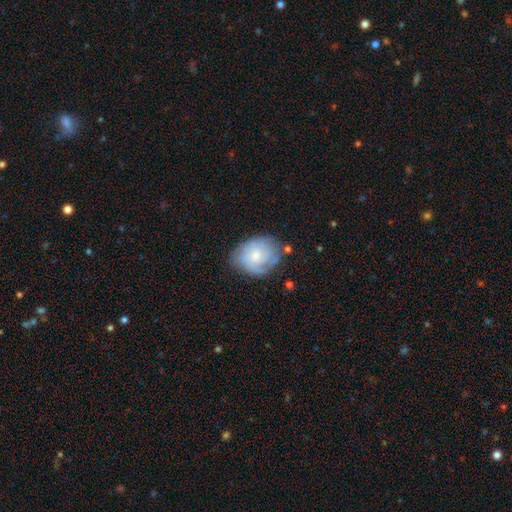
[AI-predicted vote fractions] The model was most divided on "smooth or featured": featured or disk: 55%, smooth: 38%, star or artifact: 7%. More confident: edge-on disk — no (97%); bar — no (79%); spiral arms — yes (78%); bulge size — small (64%); merging — none (63%).